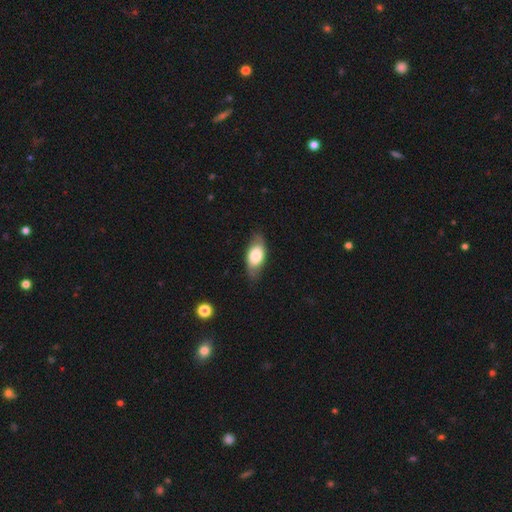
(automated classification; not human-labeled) Morphology: type=smooth (64%); roundness=in between (85%); merging=none (74%).